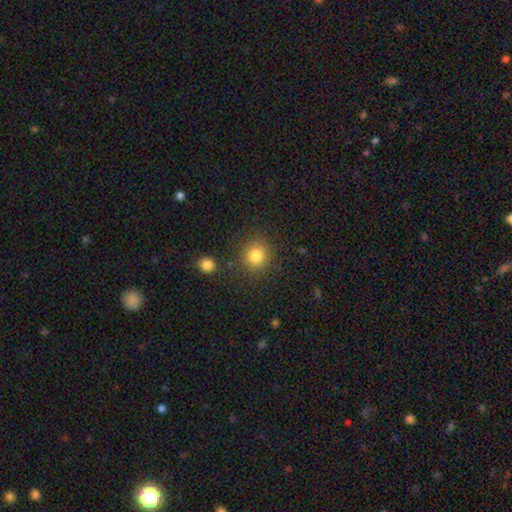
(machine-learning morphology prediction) Smooth or featured?
  - smooth: 82% *
  - star or artifact: 12%
  - featured or disk: 6%
How rounded?
  - round: 88% *
  - in between: 11%
  - cigar-shaped: 1%
Merging?
  - none: 85% *
  - minor disturbance: 8%
  - merger: 4%
  - major disturbance: 3%